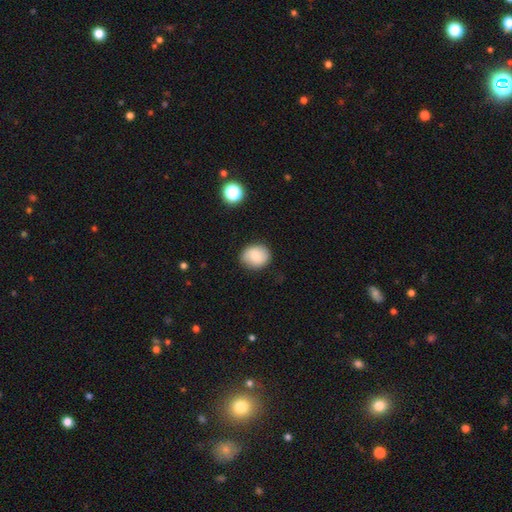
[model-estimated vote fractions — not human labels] Smooth or featured? Predicted: smooth (p=0.75). How rounded? Predicted: round (p=0.66). Merging? Predicted: none (p=0.83).